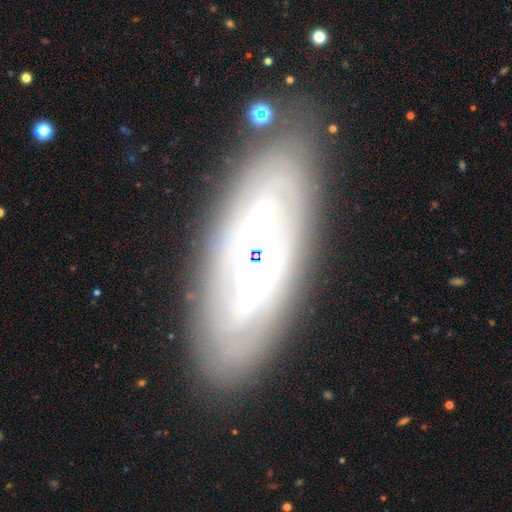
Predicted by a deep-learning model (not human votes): featured or disk 77%, smooth 15%, star or artifact 8%. Down the decision tree: edge-on disk — no (59%); merging — none (82%).